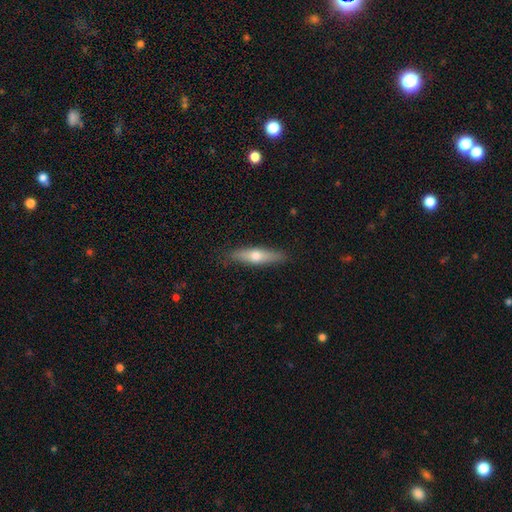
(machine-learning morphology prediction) Smooth or featured?
  - smooth: 53% *
  - featured or disk: 41%
  - star or artifact: 6%
How rounded?
  - cigar-shaped: 73% *
  - in between: 25%
  - round: 2%
Merging?
  - none: 87% *
  - minor disturbance: 10%
  - major disturbance: 2%
  - merger: 1%